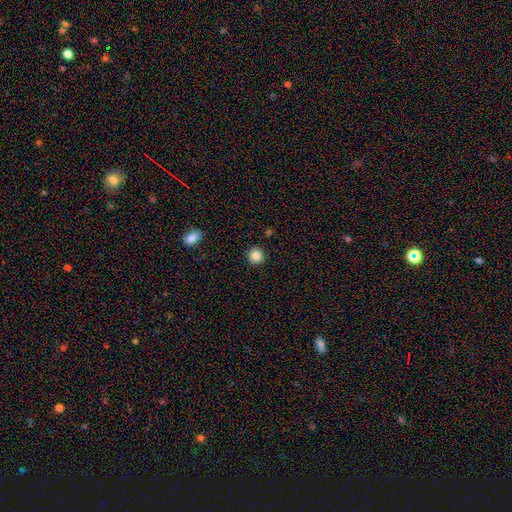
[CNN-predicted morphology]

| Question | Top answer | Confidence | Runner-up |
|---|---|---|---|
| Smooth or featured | smooth | 85% | star or artifact (10%) |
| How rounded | round | 94% | in between (5%) |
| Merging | none | 92% | minor disturbance (5%) |